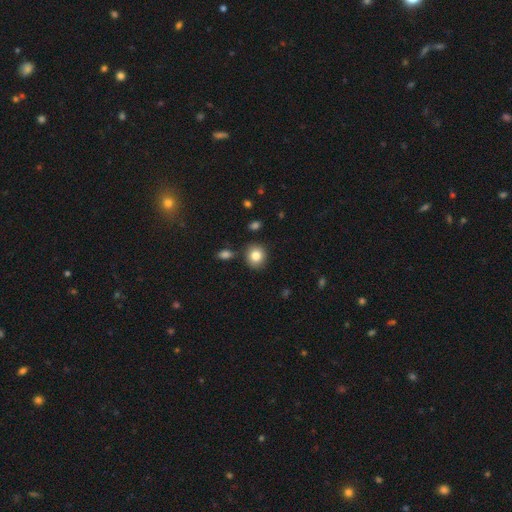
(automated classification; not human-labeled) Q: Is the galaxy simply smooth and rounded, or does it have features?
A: smooth — 83%.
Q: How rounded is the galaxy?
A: round — 80%.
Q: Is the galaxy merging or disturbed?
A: none — 84%.